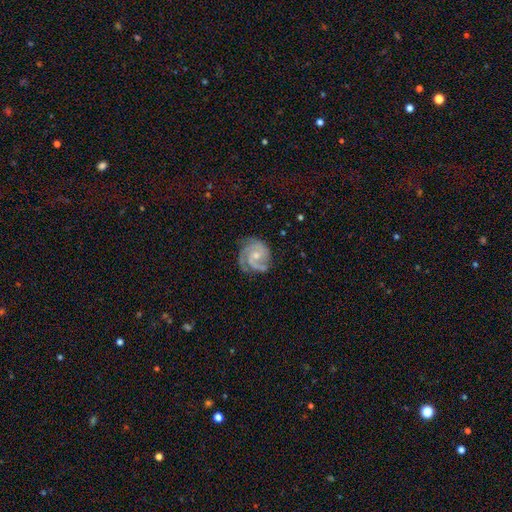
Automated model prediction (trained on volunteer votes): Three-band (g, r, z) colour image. It shows a featured or disk galaxy (86%) with no bar (66%), 2 (39%) tight (54%) spiral arms (97%) and a small central bulge (56%). Merging: none (68%).